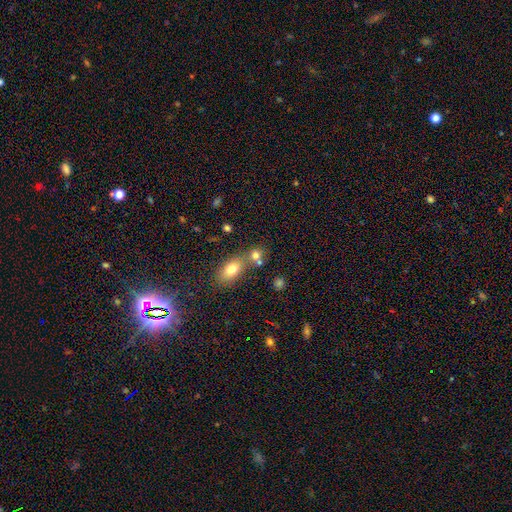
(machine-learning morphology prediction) Overall: smooth (75%). How rounded: round (63%; in between 35%). Merging: merger (44%, tied with none).